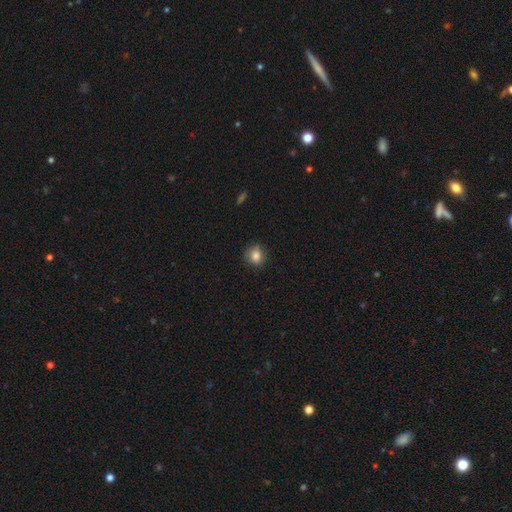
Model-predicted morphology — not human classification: smooth-or-featured: smooth: 82% | star or artifact: 10% | featured or disk: 8%
  how-rounded: round: 74% | in between: 25% | cigar-shaped: 1%
  merging: none: 79% | minor disturbance: 16% | major disturbance: 3% | merger: 1%